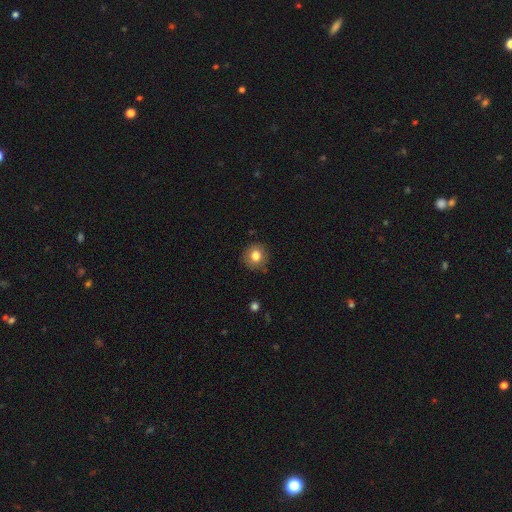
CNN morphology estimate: Smooth or featured?
  - smooth: 79% *
  - featured or disk: 10%
  - star or artifact: 10%
How rounded?
  - round: 89% *
  - in between: 10%
  - cigar-shaped: 1%
Merging?
  - none: 85% *
  - minor disturbance: 11%
  - major disturbance: 3%
  - merger: 1%